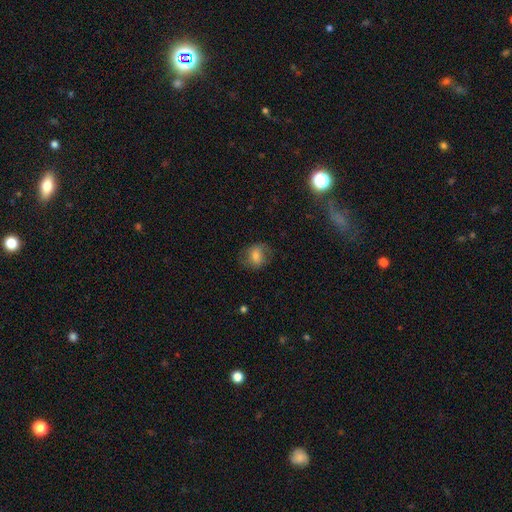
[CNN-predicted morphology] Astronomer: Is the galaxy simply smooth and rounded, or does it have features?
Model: smooth — 65%.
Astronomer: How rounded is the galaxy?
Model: round — 55% (runner-up: in between, 44%).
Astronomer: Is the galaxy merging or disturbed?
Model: none — 70%.